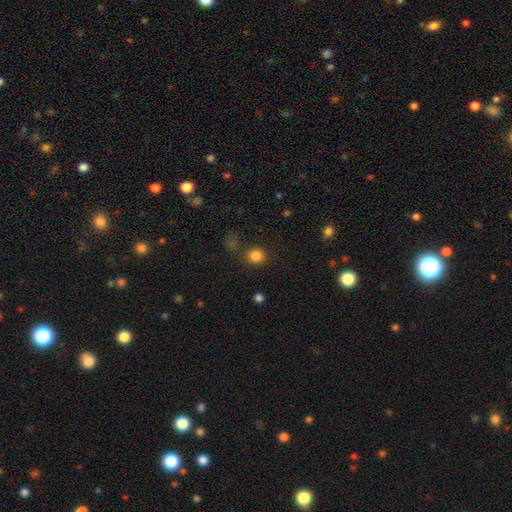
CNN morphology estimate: This appears to be a smooth galaxy with no disk features (83%) that is round (90%). Merging: none (81%).